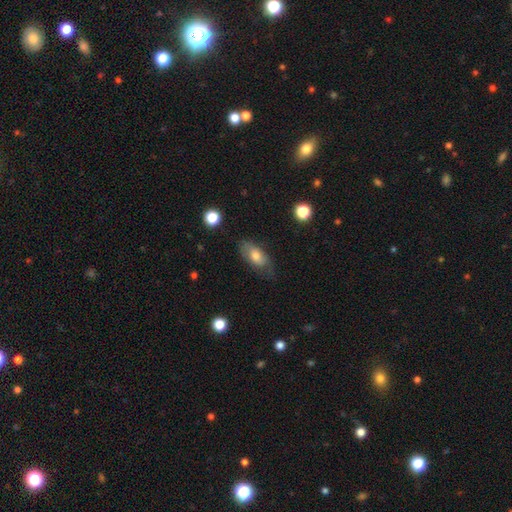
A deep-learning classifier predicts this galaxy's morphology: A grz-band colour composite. It shows a smooth galaxy with no disk features (69%) that is in between round and cigar-shaped (87%). Merging: none (66%).